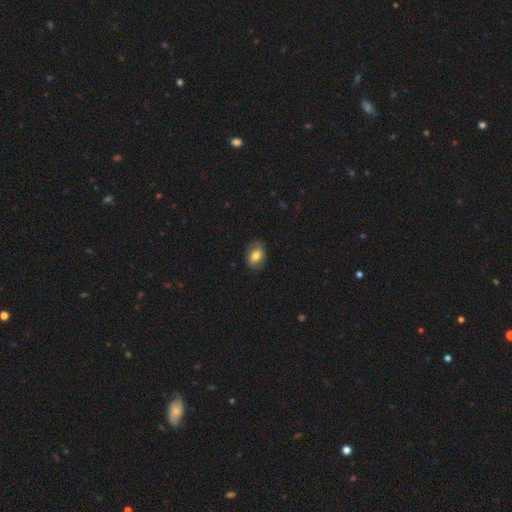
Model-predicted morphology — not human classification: Overall: smooth (75%). How rounded: in between (75%). Merging: none (81%).